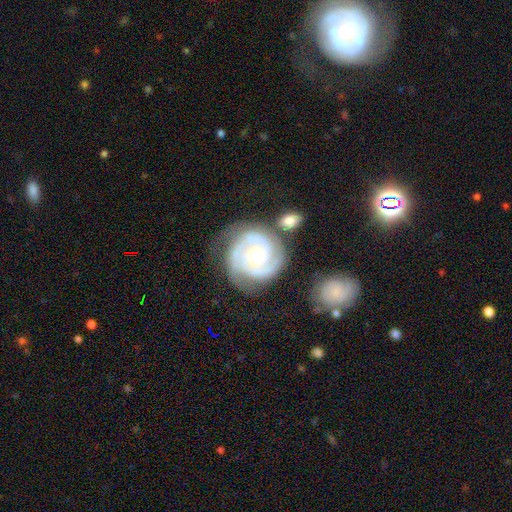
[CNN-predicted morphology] type=featured or disk (89%); edge-on=no (98%); bar=no (73%); spiral arms=yes (98%); winding=tight (77%); arm count=2 (40%); bulge=moderate (53%); merging=none (67%).